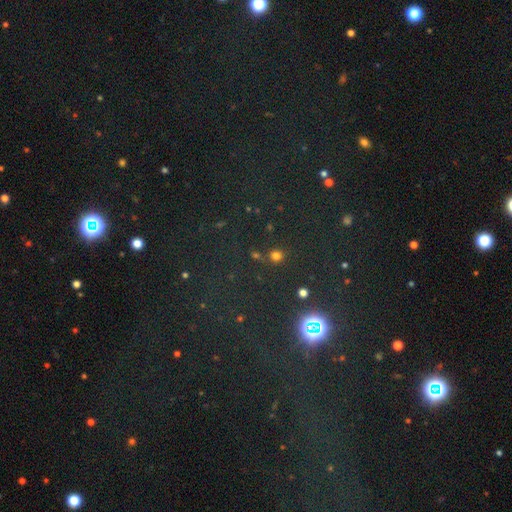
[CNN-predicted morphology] Q: Smooth or featured?
A: star or artifact (57%); runner-up: smooth (34%)